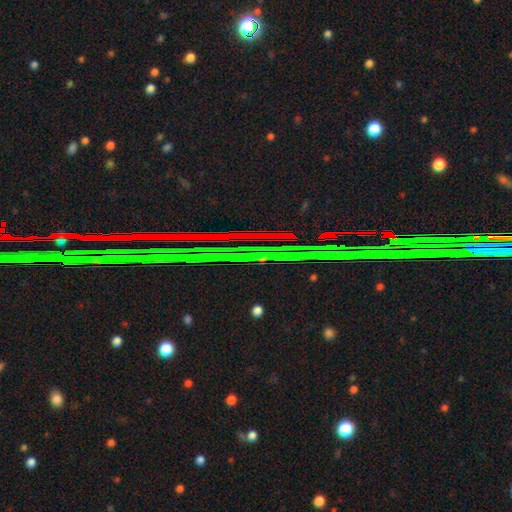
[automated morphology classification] star or artifact 85%, featured or disk 8%, smooth 7%.